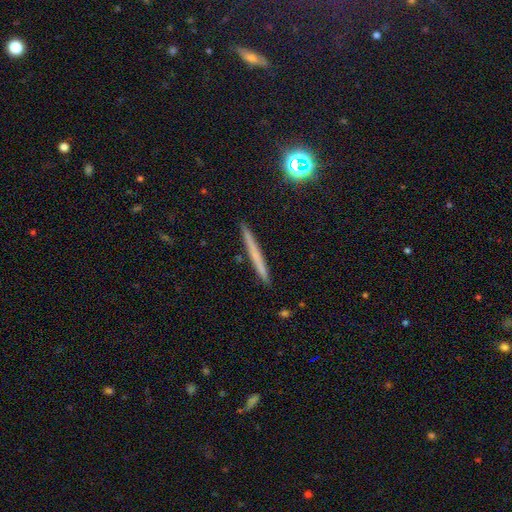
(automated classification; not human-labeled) A smooth galaxy with no disk features (53%) that is cigar-shaped (96%). Merging: none (92%).